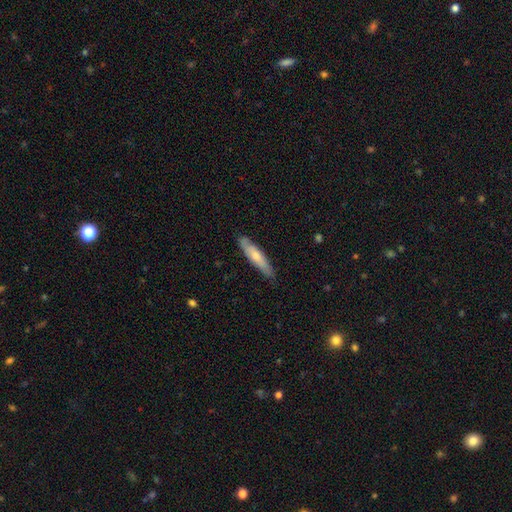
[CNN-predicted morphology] This is possibly a smooth galaxy (58%). How rounded: clearly cigar-shaped (82%). Merging: clearly none (83%).